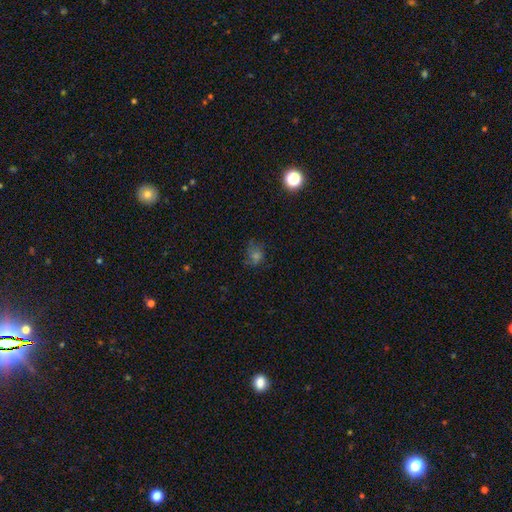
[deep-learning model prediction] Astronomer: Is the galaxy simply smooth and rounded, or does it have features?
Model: smooth — 49% (runner-up: star or artifact, 29%).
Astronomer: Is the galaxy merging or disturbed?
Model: none — 60%.